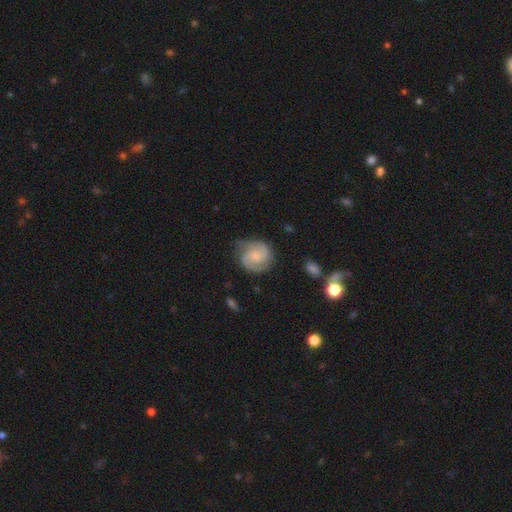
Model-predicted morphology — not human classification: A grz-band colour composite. It shows a featured or disk galaxy (69%) with no bar (57%), 2 (86%) medium (49%) spiral arms (94%) and a small central bulge (50%). Merging: none (67%).